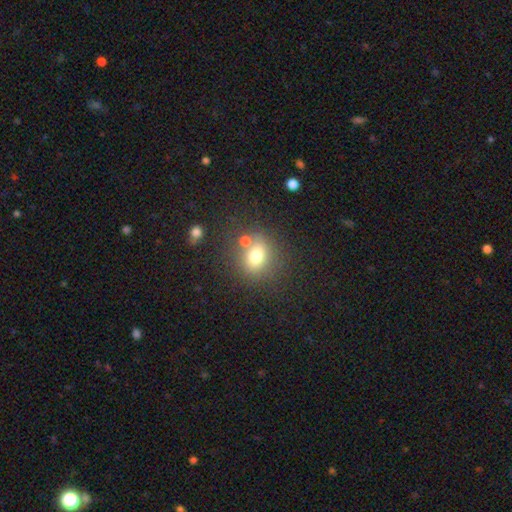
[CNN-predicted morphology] Smooth or featured? Predicted: smooth (p=0.72). How rounded? Predicted: round (p=0.60). Merging? Predicted: none (p=0.63).